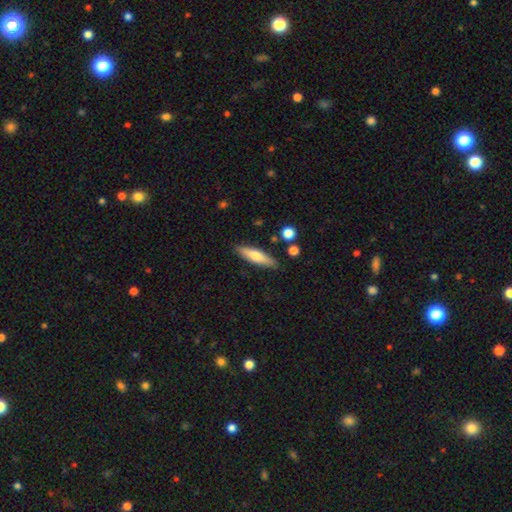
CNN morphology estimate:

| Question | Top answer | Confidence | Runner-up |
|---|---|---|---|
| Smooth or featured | smooth | 62% | featured or disk (32%) |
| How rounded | cigar-shaped | 68% | in between (30%) |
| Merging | none | 86% | minor disturbance (10%) |